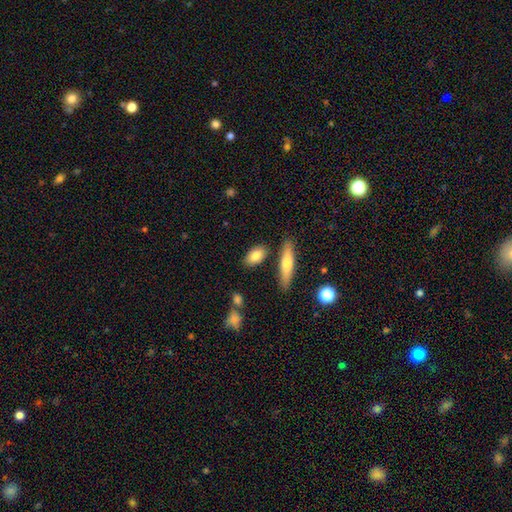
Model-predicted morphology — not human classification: This appears to be a smooth galaxy with no disk features (81%) that is in between round and cigar-shaped (83%). Merging: none (80%).